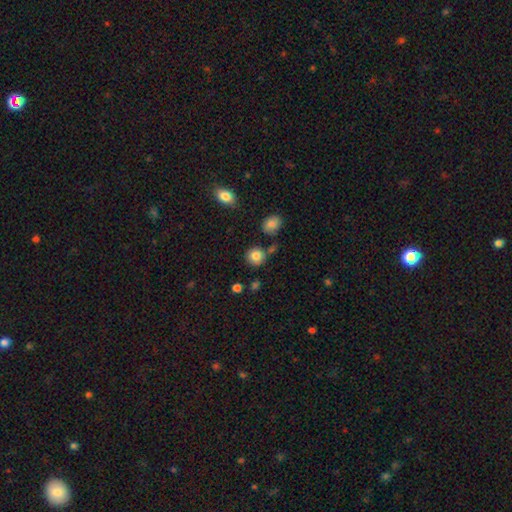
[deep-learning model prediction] Smooth or featured?
  - smooth: 83% *
  - star or artifact: 10%
  - featured or disk: 6%
How rounded?
  - round: 89% *
  - in between: 10%
  - cigar-shaped: 1%
Merging?
  - none: 79% *
  - minor disturbance: 11%
  - merger: 7%
  - major disturbance: 3%